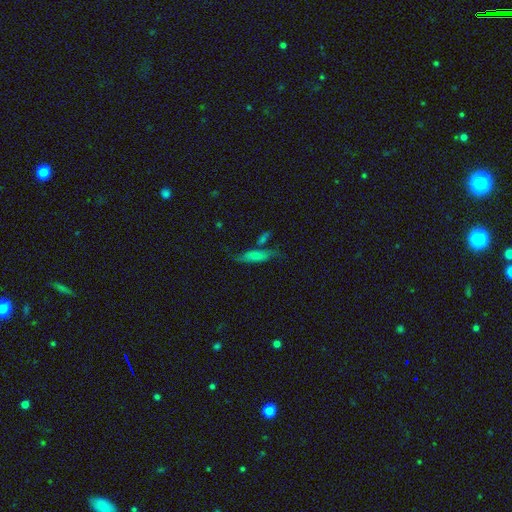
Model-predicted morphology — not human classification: smooth_or_featured: smooth (p=0.61) [alt: featured or disk p=0.30]
how_rounded: cigar-shaped (p=0.59) [alt: in between p=0.38]
merging: none (p=0.55) [alt: minor disturbance p=0.21]